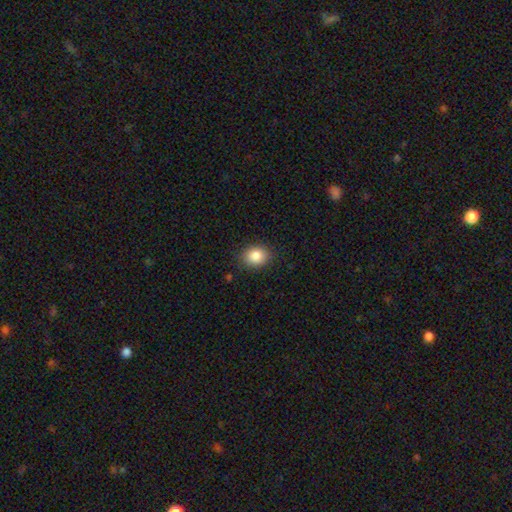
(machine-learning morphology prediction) Smooth or featured? smooth (86%)
How rounded? round (56%)
Merging? none (87%)